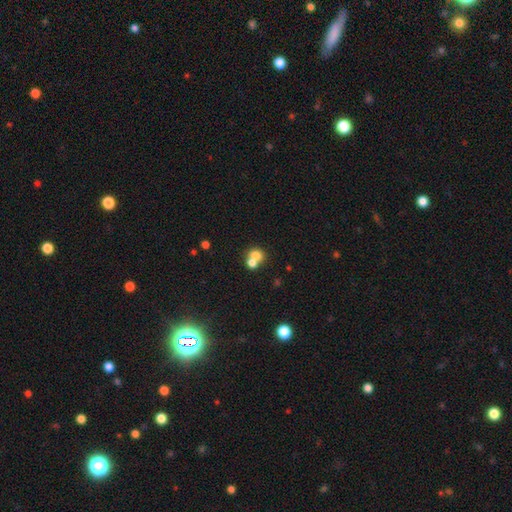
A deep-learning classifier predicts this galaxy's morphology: smooth_or_featured: smooth (p=0.73) [alt: featured or disk p=0.15]
how_rounded: round (p=0.66) [alt: in between p=0.33]
merging: merger (p=0.59) [alt: none p=0.32]